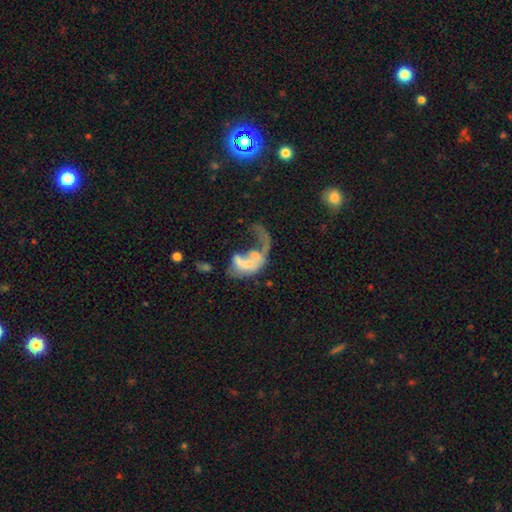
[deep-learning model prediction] Morphology: type=featured or disk (59%); edge-on=no (97%); bar=no (73%); spiral arms=no (59%); bulge=none (36%); merging=major disturbance (45%).